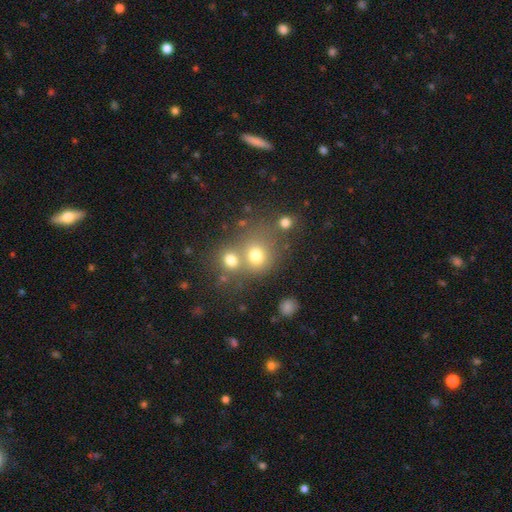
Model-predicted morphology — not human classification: Smooth or featured? Predicted: smooth (p=0.73). How rounded? Predicted: round (p=0.78). Merging? Predicted: none (p=0.45).